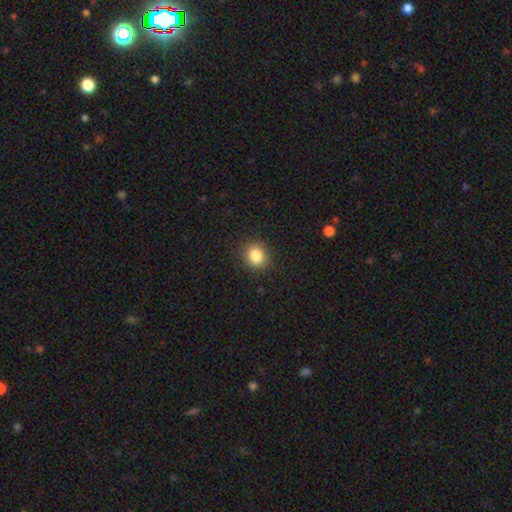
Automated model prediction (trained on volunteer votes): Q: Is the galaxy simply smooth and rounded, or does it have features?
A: smooth — 84%.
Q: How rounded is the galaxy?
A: round — 68%.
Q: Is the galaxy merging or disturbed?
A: none — 88%.